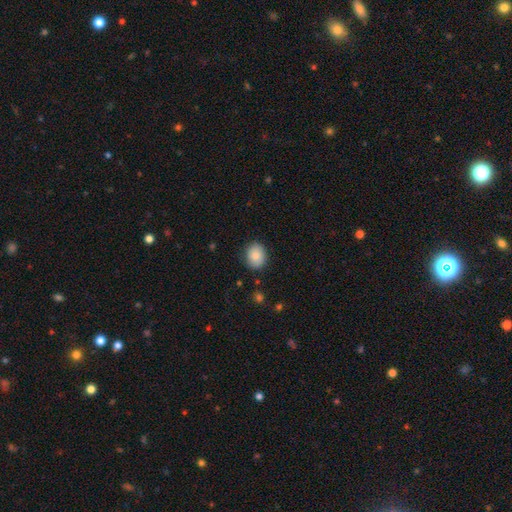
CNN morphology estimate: The model was most divided on "how rounded": round: 53%, in between: 46%, cigar-shaped: 1%. More confident: merging — none (85%); smooth or featured — smooth (84%).